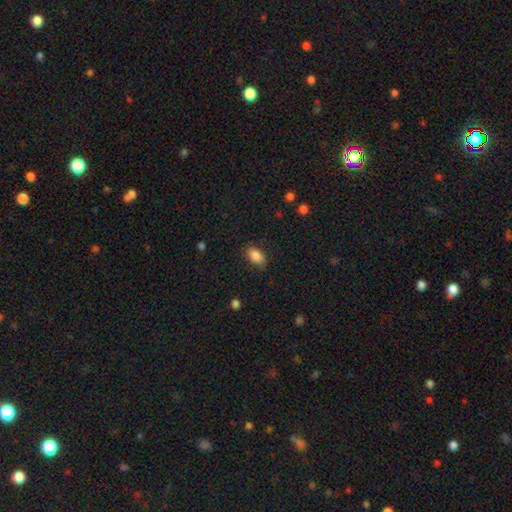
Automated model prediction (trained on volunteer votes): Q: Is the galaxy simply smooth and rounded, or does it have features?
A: smooth — 86%.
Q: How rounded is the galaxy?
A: in between — 89%.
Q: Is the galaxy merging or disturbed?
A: none — 83%.